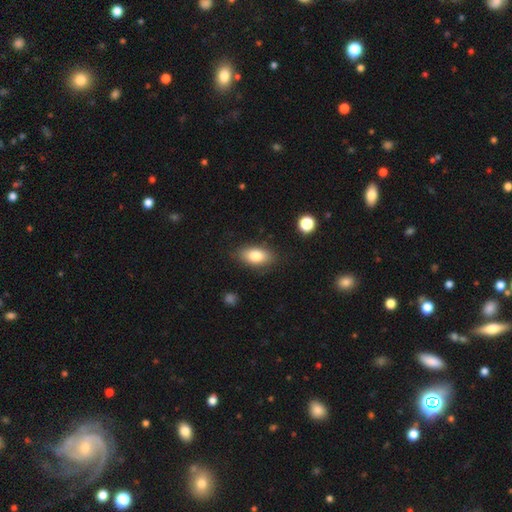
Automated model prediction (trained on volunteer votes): smooth 80%, featured or disk 13%, star or artifact 7%. Down the decision tree: how rounded — in between (89%); merging — none (83%).